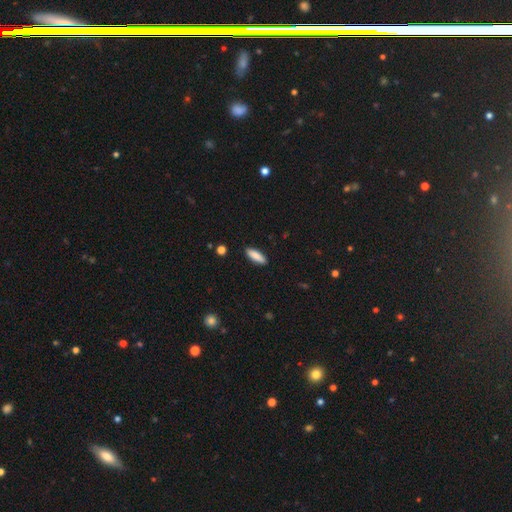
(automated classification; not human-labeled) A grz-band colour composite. It shows a smooth galaxy with no disk features (86%) that is in between round and cigar-shaped (50%). Merging: none (89%).